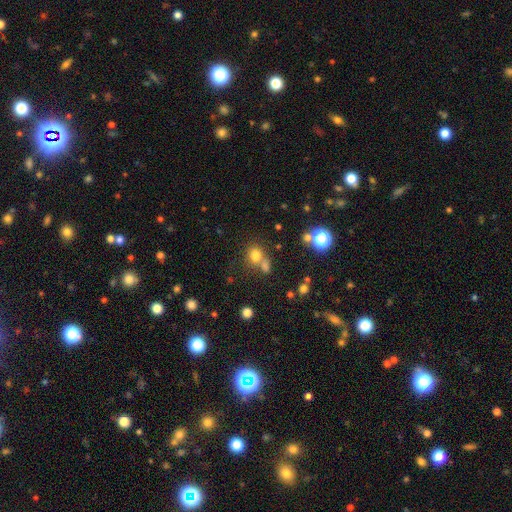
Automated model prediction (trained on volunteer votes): smooth-or-featured: smooth: 74% | star or artifact: 18% | featured or disk: 9%
  how-rounded: round: 78% | in between: 21% | cigar-shaped: 1%
  merging: none: 53% | merger: 32% | minor disturbance: 10% | major disturbance: 5%